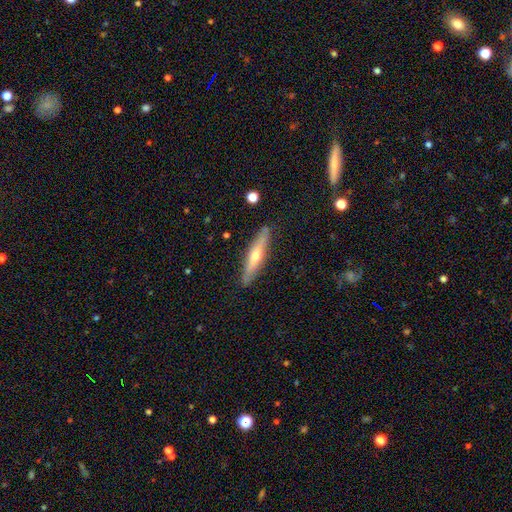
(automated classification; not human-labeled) Smooth or featured?
  - featured or disk: 52% *
  - smooth: 42%
  - star or artifact: 6%
Edge-on disk?
  - yes: 88% *
  - no: 12%
Merging?
  - none: 86% *
  - minor disturbance: 10%
  - major disturbance: 2%
  - merger: 2%